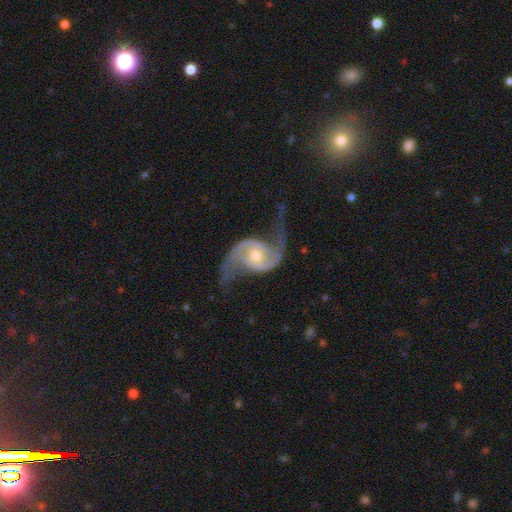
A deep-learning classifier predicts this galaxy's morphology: This is clearly a featured or disk galaxy (92%). It is clearly not viewed edge-on (98%). Bar: possibly no (58%). Spiral arm pattern: clearly yes (98%). Spiral arm count: clearly 2 (94%). Spiral winding: likely loose (61%). Central bulge: likely moderate (60%). Merging: likely none (68%).